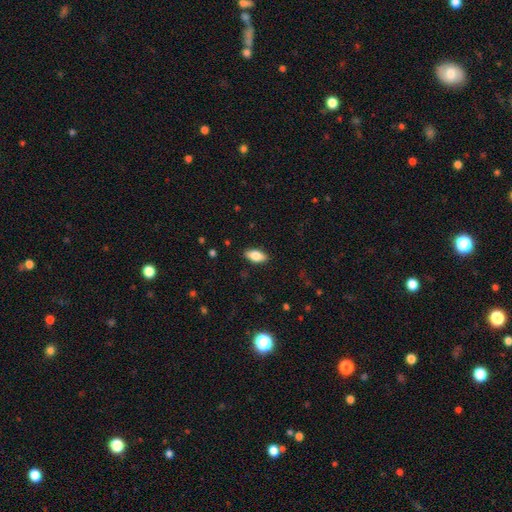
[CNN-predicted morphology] Overall: smooth (79%). How rounded: in between (88%). Merging: none (88%).